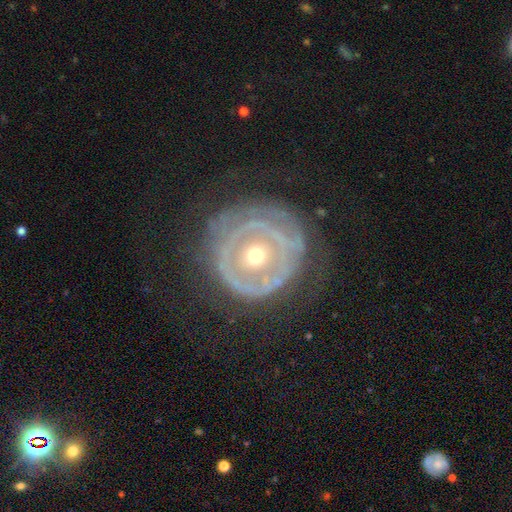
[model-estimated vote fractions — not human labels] Overall: featured or disk (77%). Edge-on disk: no (96%). Bar: no (83%). Spiral arms: yes (55%; no 45%). Bulge size: moderate (58%; small 37%). Merging: none (70%).